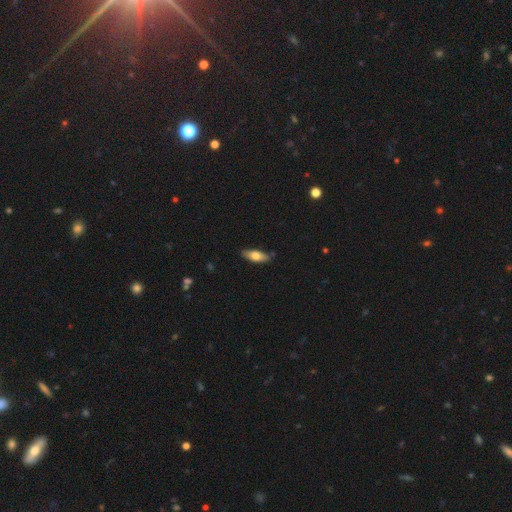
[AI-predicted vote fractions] Smooth or featured?
  - smooth: 72% *
  - featured or disk: 22%
  - star or artifact: 6%
How rounded?
  - in between: 72% *
  - cigar-shaped: 25%
  - round: 2%
Merging?
  - none: 80% *
  - minor disturbance: 16%
  - major disturbance: 2%
  - merger: 2%